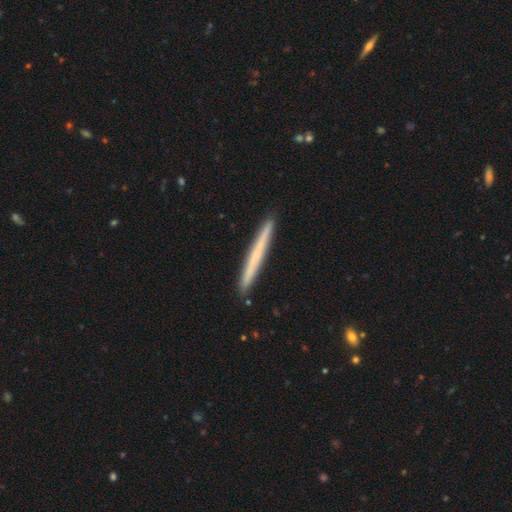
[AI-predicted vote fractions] Morphology: type=smooth (57%); roundness=cigar-shaped (97%); merging=none (93%).